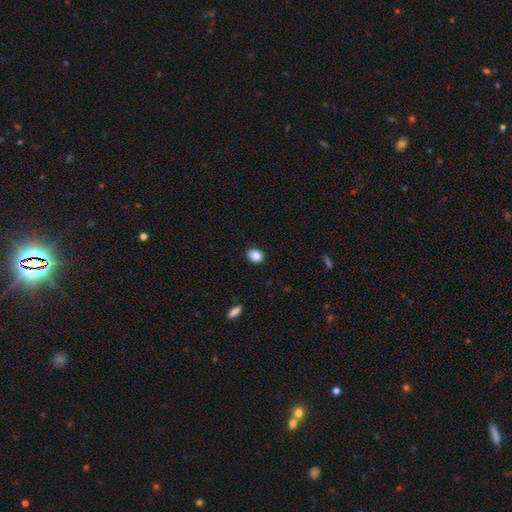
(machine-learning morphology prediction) type=smooth (87%); roundness=in between (59%); merging=none (87%).